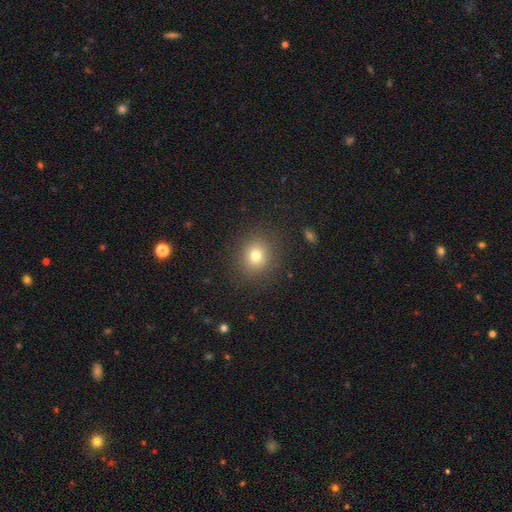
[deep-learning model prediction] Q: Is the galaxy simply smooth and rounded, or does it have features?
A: smooth — 76%.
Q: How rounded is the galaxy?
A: round — 81%.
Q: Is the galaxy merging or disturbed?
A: none — 88%.